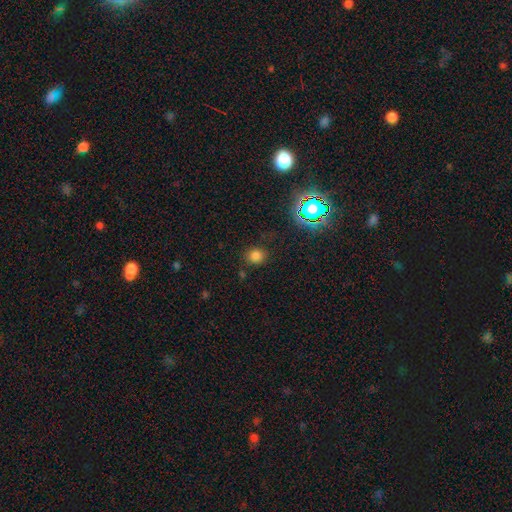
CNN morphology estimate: Smooth or featured? Predicted: smooth (p=0.77). How rounded? Predicted: round (p=0.80). Merging? Predicted: none (p=0.83).